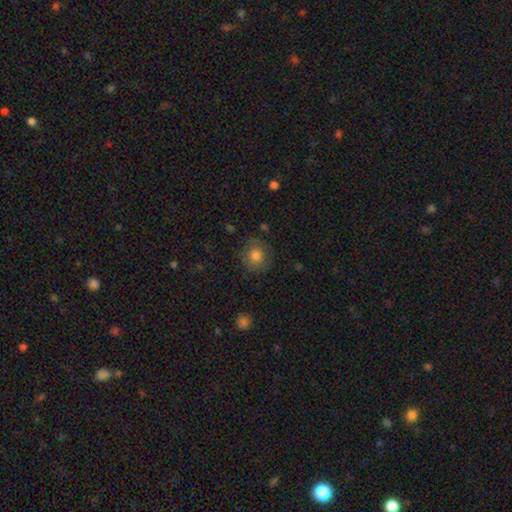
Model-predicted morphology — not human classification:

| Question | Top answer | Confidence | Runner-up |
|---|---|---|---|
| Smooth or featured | smooth | 81% | star or artifact (11%) |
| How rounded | round | 88% | in between (11%) |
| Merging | none | 80% | minor disturbance (14%) |